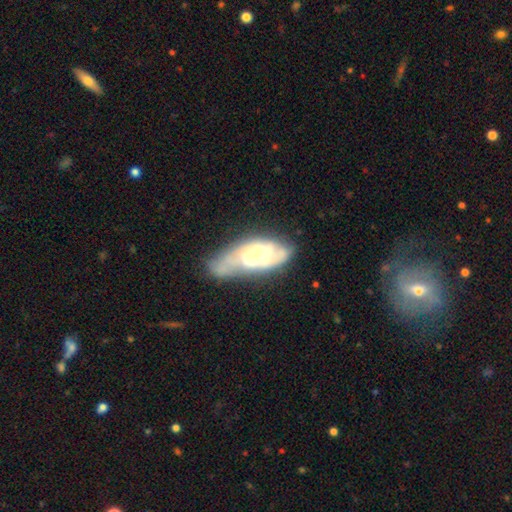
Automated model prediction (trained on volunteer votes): Smooth or featured? featured or disk (67%)
Edge-on disk? no (90%)
Bar? no (74%)
Spiral arms? yes (68%)
Bulge size? small (47%)
Merging? none (41%)